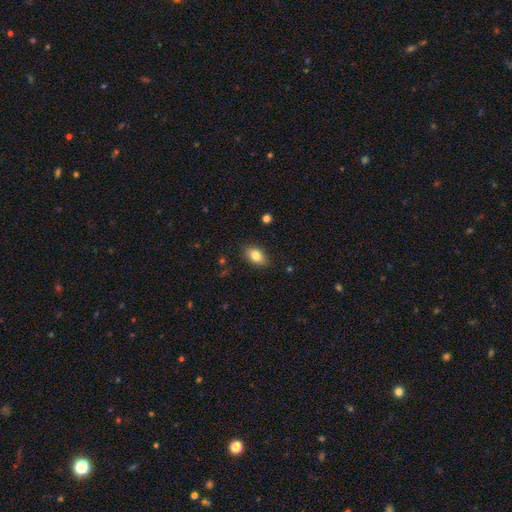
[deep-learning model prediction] Smooth or featured?
  - smooth: 84% *
  - featured or disk: 8%
  - star or artifact: 8%
How rounded?
  - in between: 88% *
  - round: 10%
  - cigar-shaped: 2%
Merging?
  - none: 85% *
  - minor disturbance: 11%
  - major disturbance: 2%
  - merger: 1%